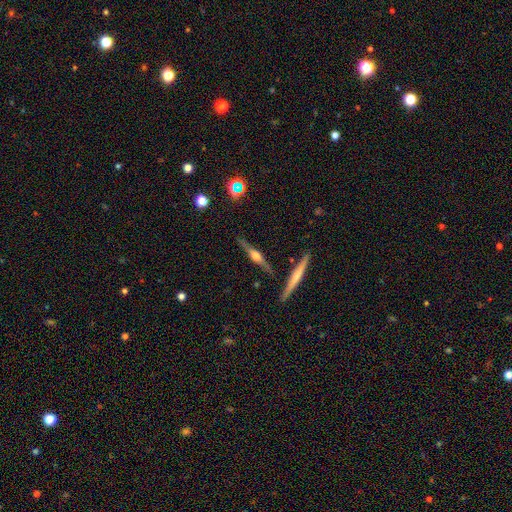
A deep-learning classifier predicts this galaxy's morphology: This is likely a featured or disk galaxy (78%). It is clearly viewed edge-on (97%). Edge-on bulge: clearly rounded (85%). Merging: clearly none (83%).